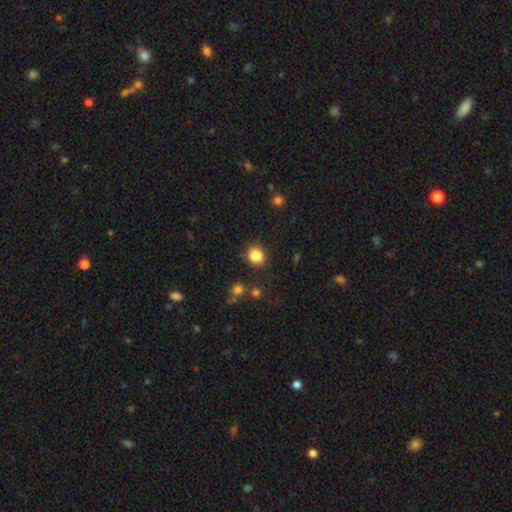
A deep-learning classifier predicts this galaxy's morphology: Smooth or featured: smooth — 86% (star or artifact — 10%)
How rounded: round — 74% (in between — 26%)
Merging: none — 82% (minor disturbance — 11%)